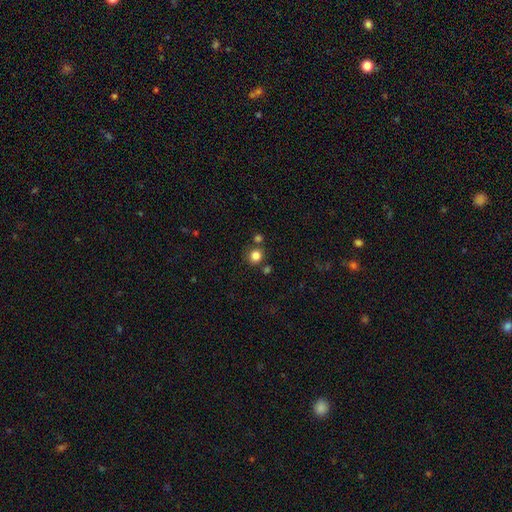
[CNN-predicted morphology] The model was most divided on "merging": none: 76%, merger: 12%, minor disturbance: 9%, major disturbance: 3%. More confident: how rounded — round (88%); smooth or featured — smooth (83%).